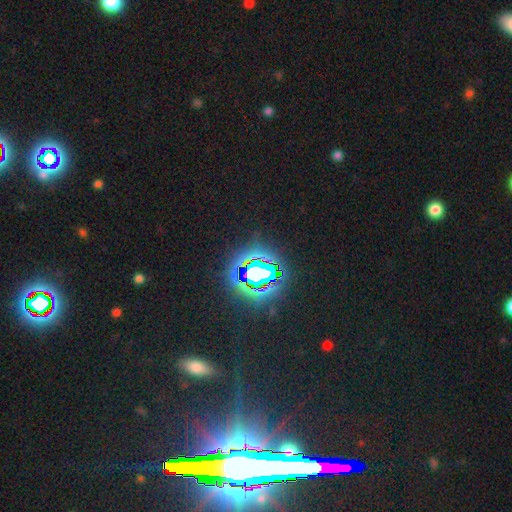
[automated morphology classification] A star or artifact, not a galaxy (82%).

Vote fractions:
- Smooth or featured? star or artifact: 82% / smooth: 9% / featured or disk: 9%